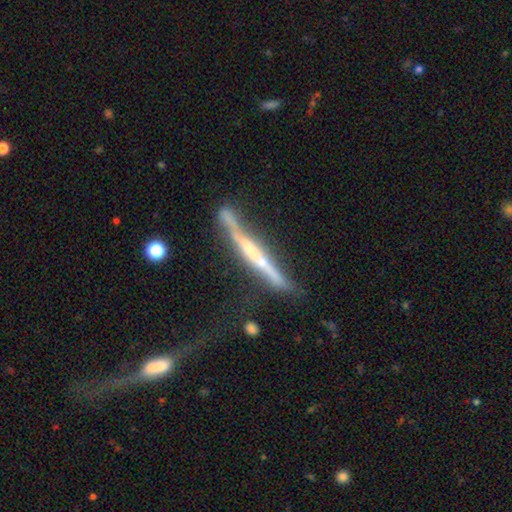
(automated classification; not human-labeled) Overall: featured or disk (76%). Edge-on disk: yes (93%). Edge-on bulge: none (46%; rounded 39%). Merging: none (52%; minor disturbance 26%).